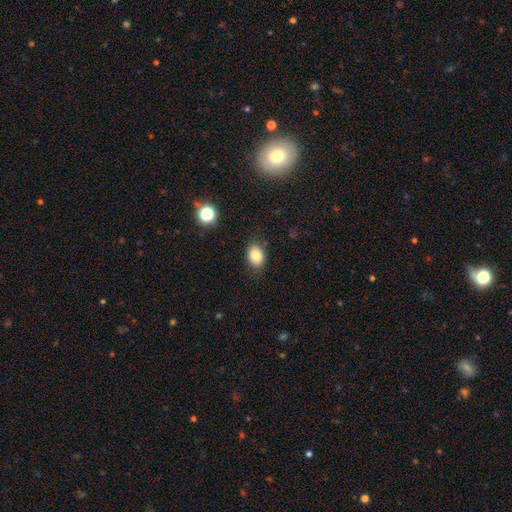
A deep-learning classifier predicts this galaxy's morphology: Overall: smooth (83%). How rounded: in between (69%; round 30%). Merging: none (83%).